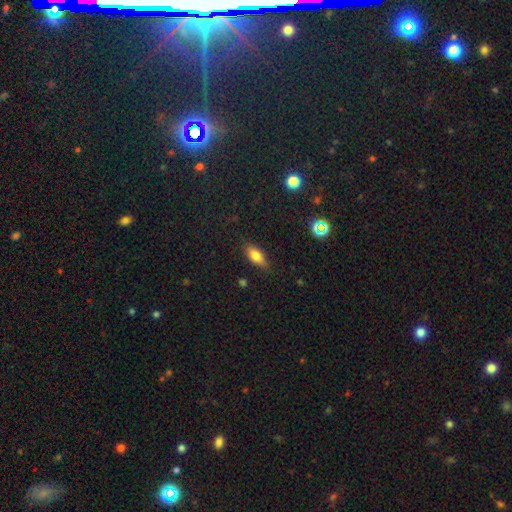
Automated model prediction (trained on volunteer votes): Morphology: type=smooth (76%); roundness=in between (82%); merging=none (81%).